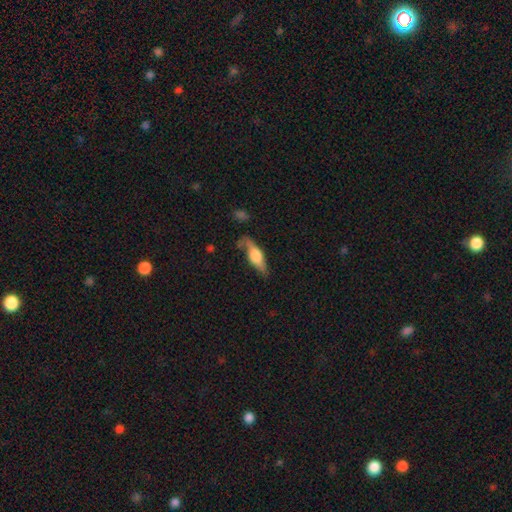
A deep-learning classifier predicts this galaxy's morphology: A smooth galaxy with no disk features (49%).

Vote fractions:
- Smooth or featured? smooth: 49% / featured or disk: 45% / star or artifact: 7%
- Merging? none: 58% / minor disturbance: 26% / major disturbance: 11% / merger: 5%